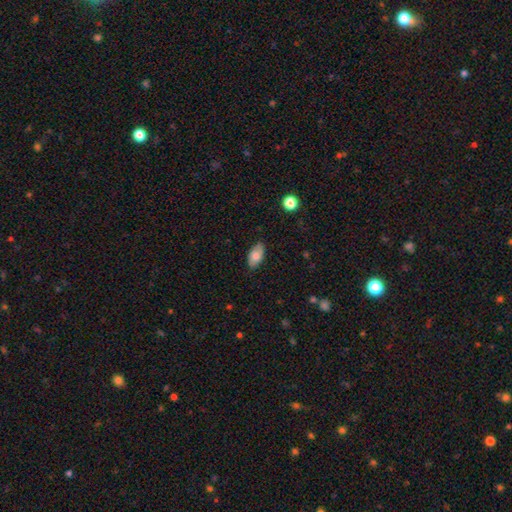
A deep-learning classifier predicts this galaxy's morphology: Smooth or featured: smooth — 74% (featured or disk — 19%)
How rounded: in between — 93% (round — 4%)
Merging: none — 82% (minor disturbance — 14%)